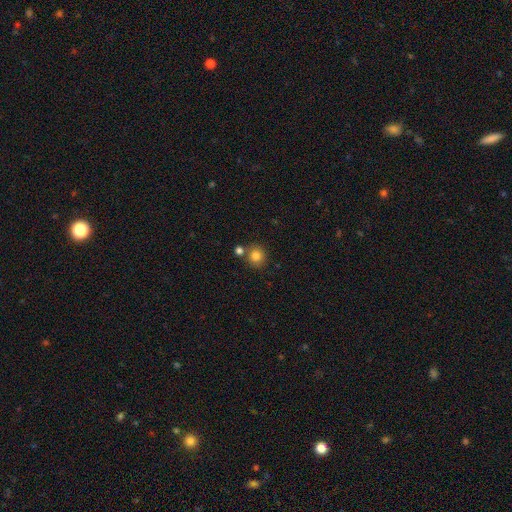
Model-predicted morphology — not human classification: Smooth or featured? smooth (83%)
How rounded? round (87%)
Merging? none (72%)